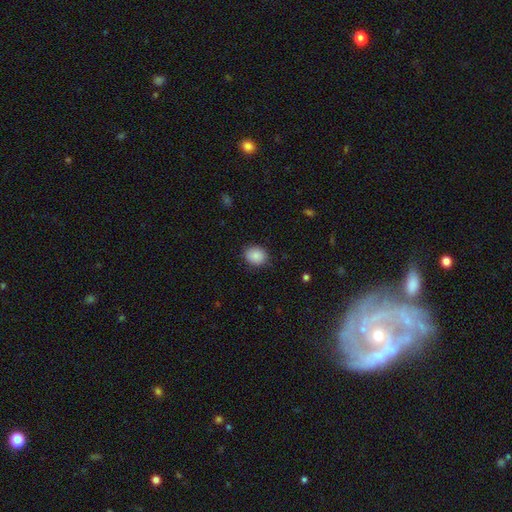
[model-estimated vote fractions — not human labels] smooth 88%, star or artifact 8%, featured or disk 4%. Down the decision tree: how rounded — round (65%); merging — none (86%).